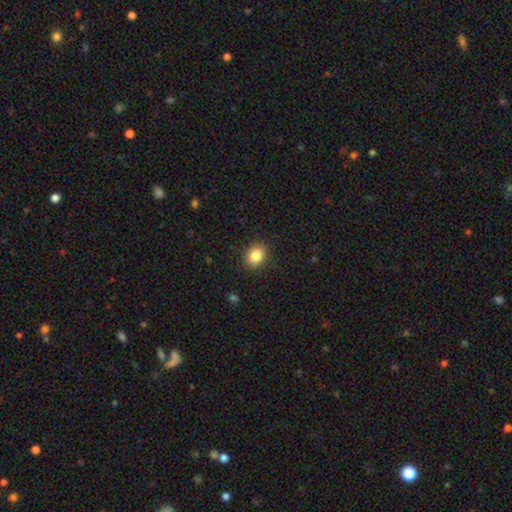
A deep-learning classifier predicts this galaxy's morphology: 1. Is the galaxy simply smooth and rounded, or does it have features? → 85% smooth, 9% star or artifact, 6% featured or disk.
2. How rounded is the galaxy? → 51% in between, 49% round, 1% cigar-shaped.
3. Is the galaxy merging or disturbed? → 88% none, 8% minor disturbance, 2% major disturbance, 1% merger.